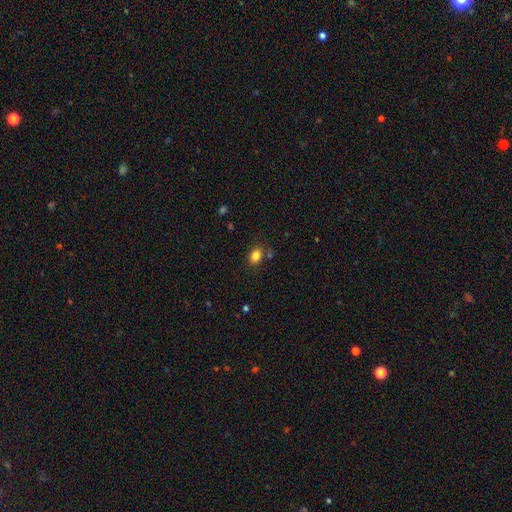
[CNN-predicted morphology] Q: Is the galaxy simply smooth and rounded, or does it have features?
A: smooth — 82%.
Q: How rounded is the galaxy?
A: in between — 51%.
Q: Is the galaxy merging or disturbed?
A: none — 78%.